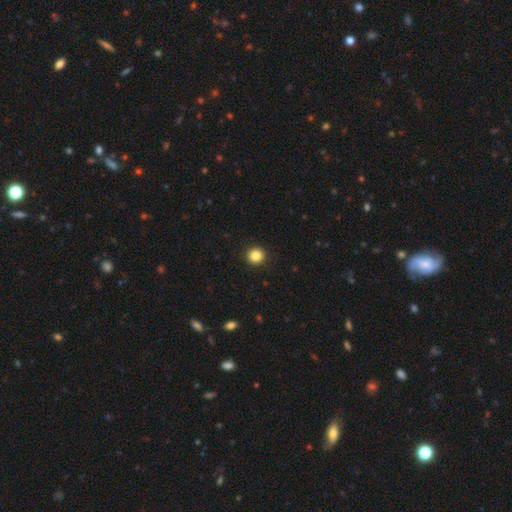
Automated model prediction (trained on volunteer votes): smooth-or-featured: smooth: 84% | star or artifact: 11% | featured or disk: 5%
  how-rounded: round: 95% | in between: 4% | cigar-shaped: 1%
  merging: none: 93% | minor disturbance: 4% | major disturbance: 2% | merger: 1%